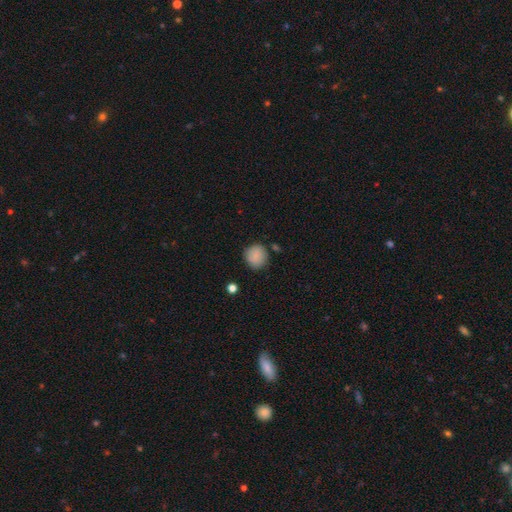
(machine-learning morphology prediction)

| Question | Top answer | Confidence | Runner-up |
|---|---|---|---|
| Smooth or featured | smooth | 87% | star or artifact (8%) |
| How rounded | round | 86% | in between (13%) |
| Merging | none | 81% | minor disturbance (13%) |